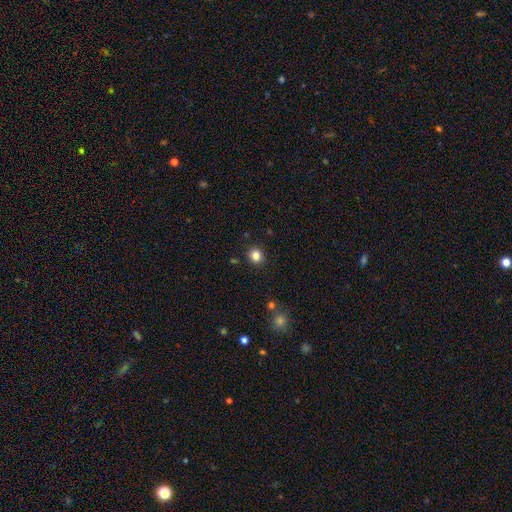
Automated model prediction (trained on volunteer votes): This is clearly a smooth galaxy (83%). How rounded: clearly round (85%). Merging: clearly none (90%).